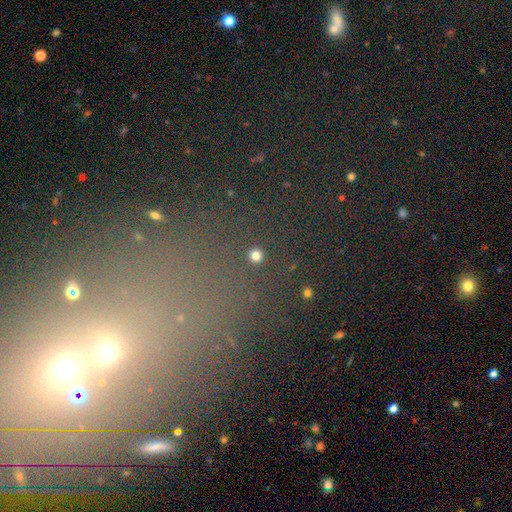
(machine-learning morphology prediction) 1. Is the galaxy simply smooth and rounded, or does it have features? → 77% smooth, 18% star or artifact, 5% featured or disk.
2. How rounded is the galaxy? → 95% round, 4% in between, 1% cigar-shaped.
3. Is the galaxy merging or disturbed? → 90% none, 5% minor disturbance, 3% merger, 2% major disturbance.